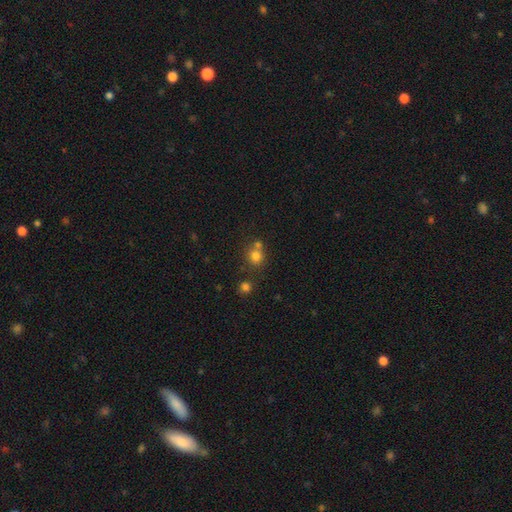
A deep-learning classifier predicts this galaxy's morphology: This is likely a smooth galaxy (77%). How rounded: clearly round (84%). Merging: possibly none (58%).